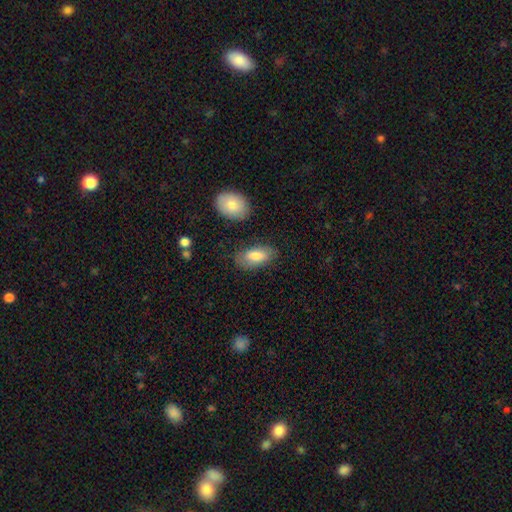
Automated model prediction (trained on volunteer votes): Smooth or featured? smooth (79%)
How rounded? in between (90%)
Merging? none (77%)